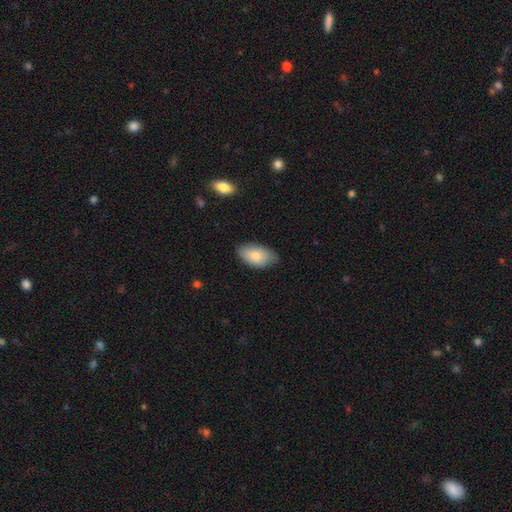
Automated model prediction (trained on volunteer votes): Smooth or featured? smooth (81%)
How rounded? in between (94%)
Merging? none (76%)